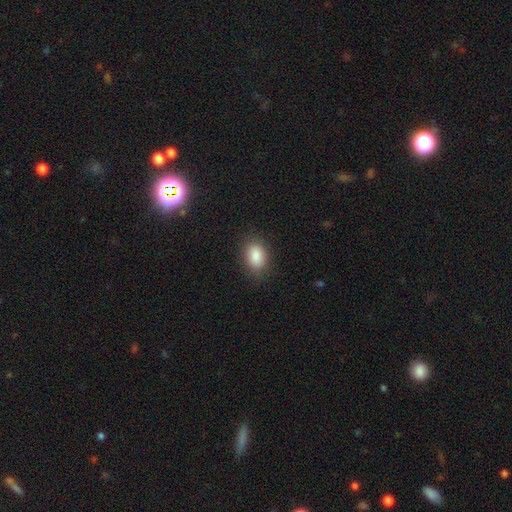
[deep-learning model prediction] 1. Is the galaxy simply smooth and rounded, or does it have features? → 86% smooth, 9% star or artifact, 6% featured or disk.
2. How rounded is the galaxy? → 82% in between, 17% round, 1% cigar-shaped.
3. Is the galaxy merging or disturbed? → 85% none, 11% minor disturbance, 3% major disturbance, 1% merger.